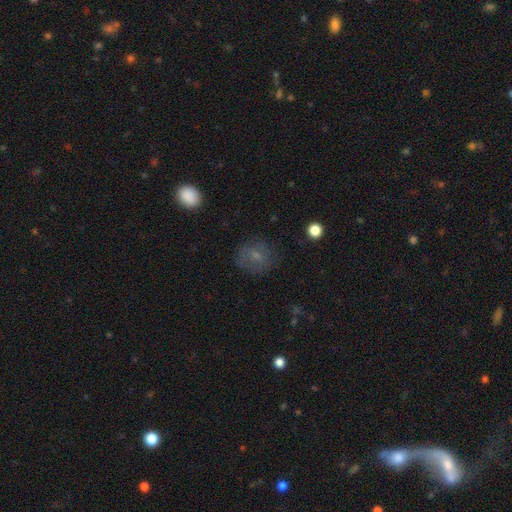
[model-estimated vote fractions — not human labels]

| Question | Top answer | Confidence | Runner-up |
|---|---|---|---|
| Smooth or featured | smooth | 64% | featured or disk (22%) |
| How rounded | round | 71% | in between (28%) |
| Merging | none | 70% | minor disturbance (18%) |